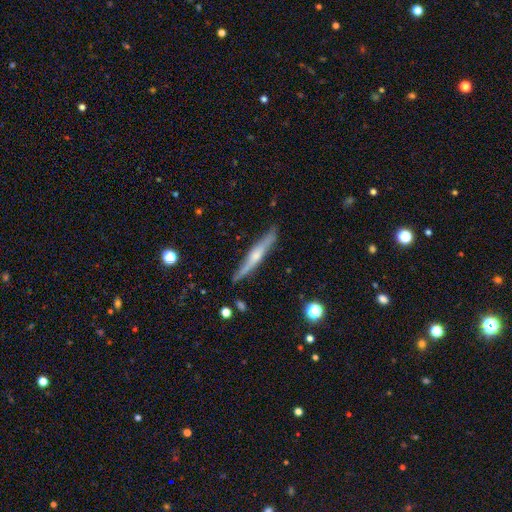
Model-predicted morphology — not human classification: This is likely a featured or disk galaxy (64%). It is clearly viewed edge-on (95%). Edge-on bulge: likely rounded (72%). Merging: clearly none (85%).